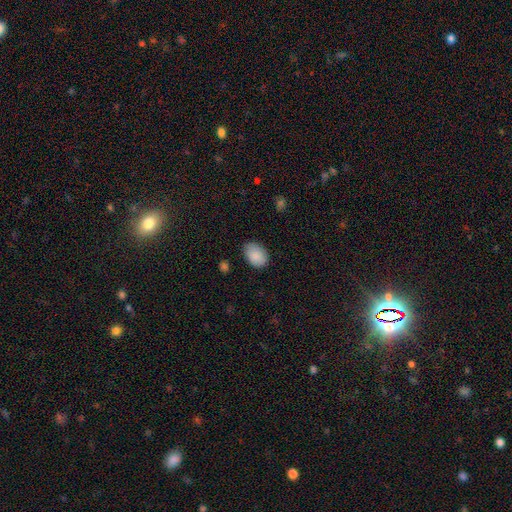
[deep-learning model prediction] A smooth galaxy with no disk features (88%) that is in between round and cigar-shaped (80%).

Vote fractions:
- Smooth or featured? smooth: 88% / star or artifact: 7% / featured or disk: 5%
- How rounded? in between: 80% / round: 19% / cigar-shaped: 1%
- Merging? none: 68% / minor disturbance: 26% / major disturbance: 4% / merger: 2%